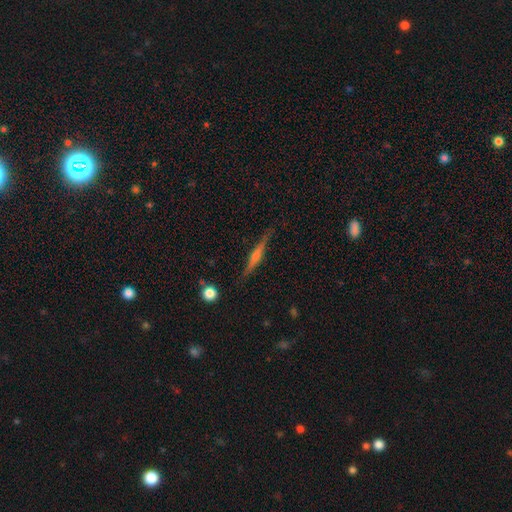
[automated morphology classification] The model was most divided on "smooth or featured": featured or disk: 70%, smooth: 23%, star or artifact: 7%. More confident: edge-on disk — yes (97%); merging — none (86%); edge-on bulge — rounded (67%).